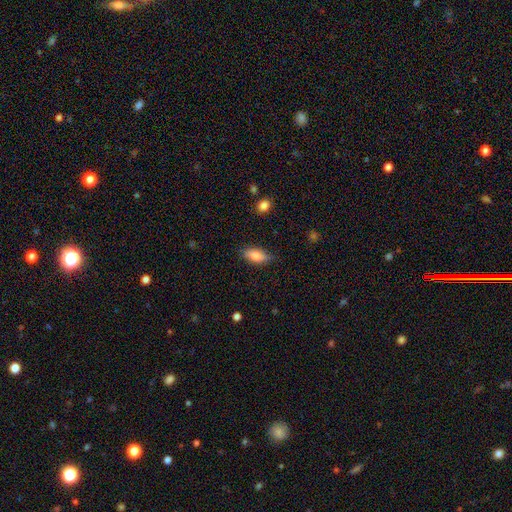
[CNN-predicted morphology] Smooth or featured? Predicted: smooth (p=0.80). How rounded? Predicted: in between (p=0.82). Merging? Predicted: none (p=0.76).